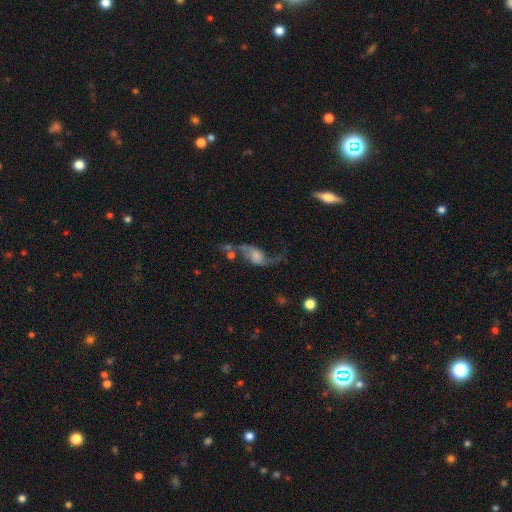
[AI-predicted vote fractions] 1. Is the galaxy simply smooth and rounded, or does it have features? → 79% featured or disk, 14% smooth, 7% star or artifact.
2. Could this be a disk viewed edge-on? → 95% no, 5% yes.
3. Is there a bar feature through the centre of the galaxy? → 60% no, 32% weak, 8% strong.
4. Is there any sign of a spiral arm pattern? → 93% yes, 7% no.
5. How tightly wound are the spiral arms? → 90% loose, 8% medium, 2% tight.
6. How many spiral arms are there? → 91% 2, 4% 1, 2% can't tell, 1% 3, 1% 4, 1% more than 4.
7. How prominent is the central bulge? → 34% small, 30% moderate, 21% none, 12% large, 3% dominant.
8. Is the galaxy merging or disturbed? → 48% none, 20% major disturbance, 19% minor disturbance, 12% merger.